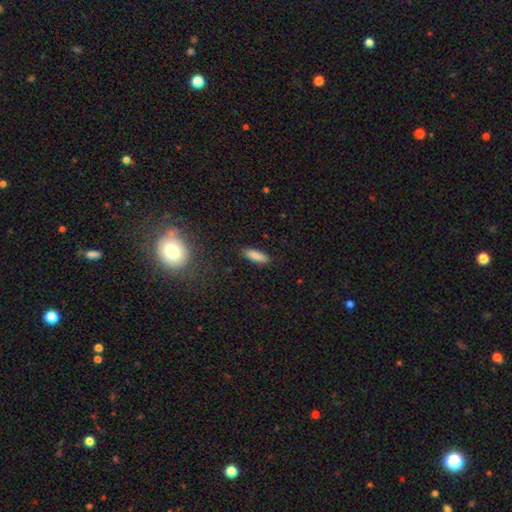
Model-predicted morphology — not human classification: Smooth or featured? Predicted: smooth (p=0.86). How rounded? Predicted: cigar-shaped (p=0.49, tied with in between). Merging? Predicted: none (p=0.88).